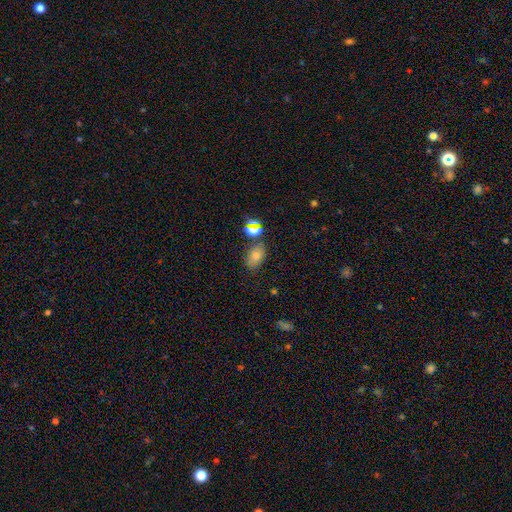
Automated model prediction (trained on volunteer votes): Overall: smooth (72%). How rounded: in between (85%). Merging: none (74%).